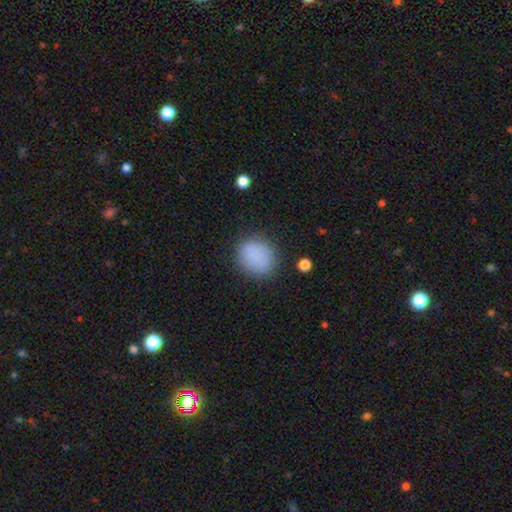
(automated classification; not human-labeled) A smooth galaxy with no disk features (85%) that is round (66%). Merging: none (81%).